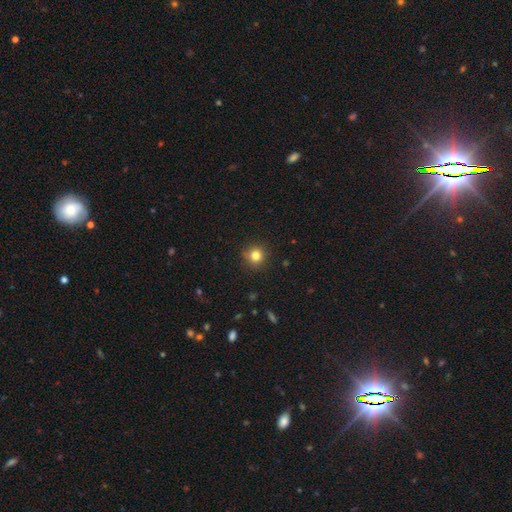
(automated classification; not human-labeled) A smooth galaxy with no disk features (81%) that is round (93%).

Vote fractions:
- Smooth or featured? smooth: 81% / star or artifact: 13% / featured or disk: 6%
- How rounded? round: 93% / in between: 6% / cigar-shaped: 1%
- Merging? none: 88% / minor disturbance: 9% / major disturbance: 2% / merger: 1%